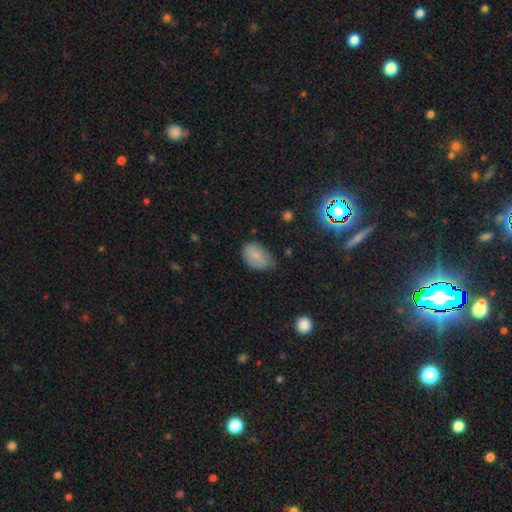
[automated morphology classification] This appears to be a smooth galaxy with no disk features (78%) that is in between round and cigar-shaped (88%). Merging: none (56%).